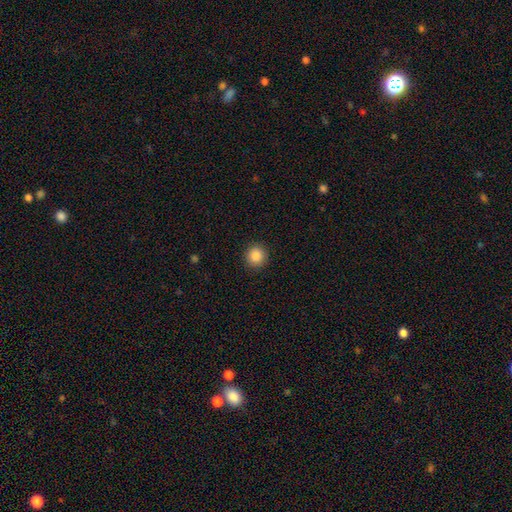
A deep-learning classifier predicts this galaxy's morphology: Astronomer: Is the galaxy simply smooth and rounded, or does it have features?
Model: smooth — 87%.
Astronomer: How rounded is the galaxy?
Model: round — 92%.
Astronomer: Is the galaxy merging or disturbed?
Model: none — 91%.